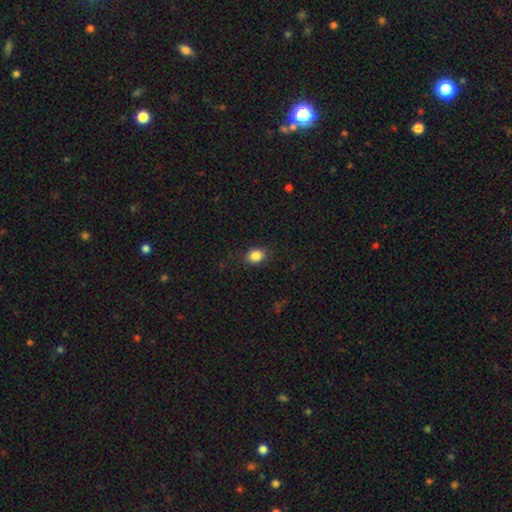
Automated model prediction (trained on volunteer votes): Overall: smooth (86%). How rounded: in between (62%; round 37%). Merging: none (84%).